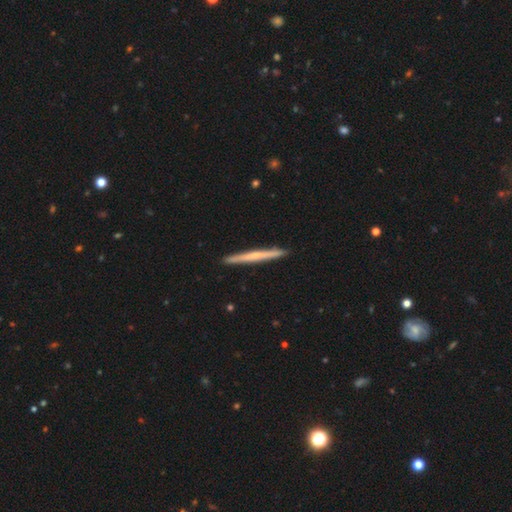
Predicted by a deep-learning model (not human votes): Smooth or featured?
  - featured or disk: 51% *
  - smooth: 43%
  - star or artifact: 5%
Edge-on disk?
  - yes: 97% *
  - no: 3%
Merging?
  - none: 93% *
  - minor disturbance: 5%
  - major disturbance: 1%
  - merger: 1%